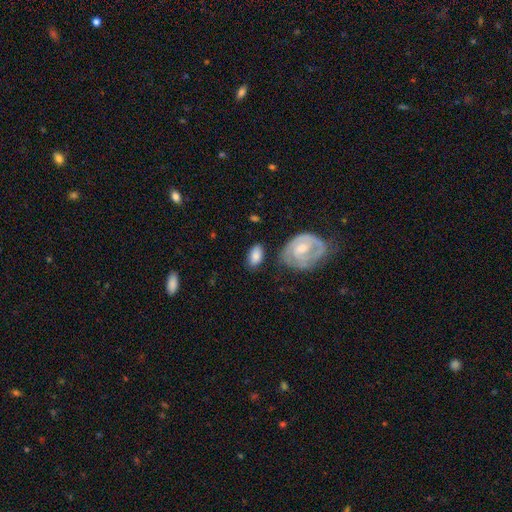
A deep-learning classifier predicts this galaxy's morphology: Smooth or featured? Predicted: smooth (p=0.75). How rounded? Predicted: in between (p=0.91). Merging? Predicted: none (p=0.70).